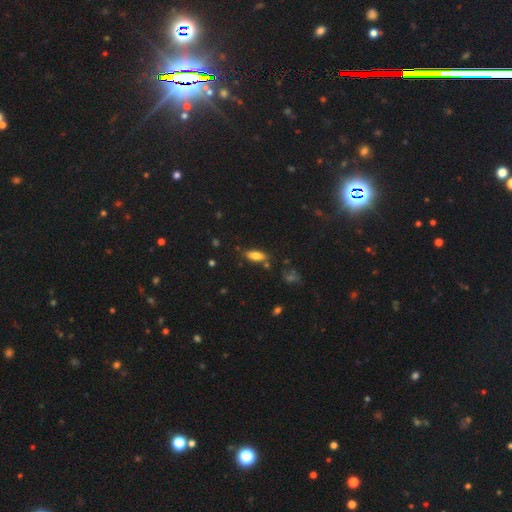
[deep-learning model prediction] Smooth or featured?
  - smooth: 82% *
  - featured or disk: 10%
  - star or artifact: 8%
How rounded?
  - in between: 77% *
  - cigar-shaped: 21%
  - round: 2%
Merging?
  - none: 78% *
  - minor disturbance: 14%
  - merger: 4%
  - major disturbance: 3%